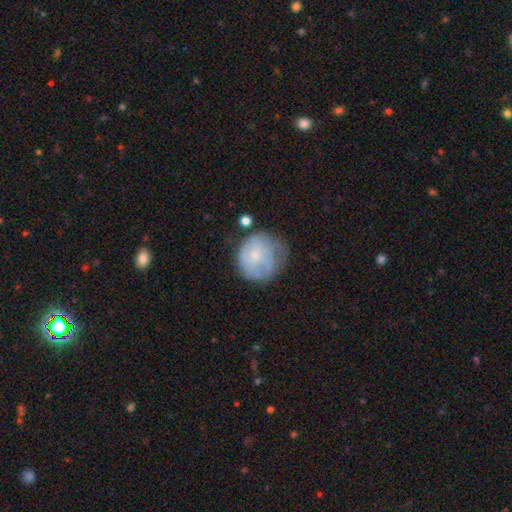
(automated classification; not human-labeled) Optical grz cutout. It shows a smooth galaxy with no disk features (56%) that is round (84%). Merging: none (49%).